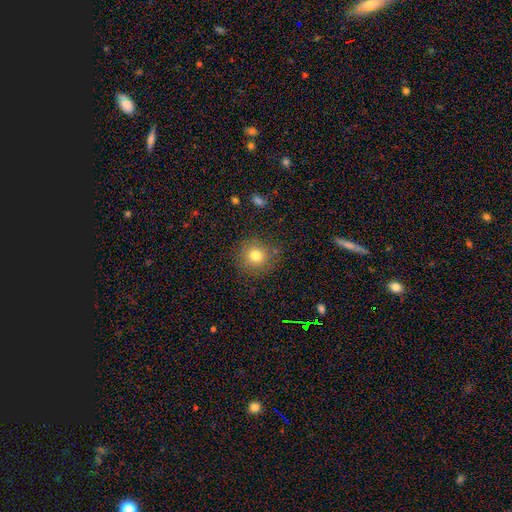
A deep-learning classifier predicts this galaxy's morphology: Smooth or featured? Predicted: smooth (p=0.77). How rounded? Predicted: round (p=0.92). Merging? Predicted: none (p=0.84).